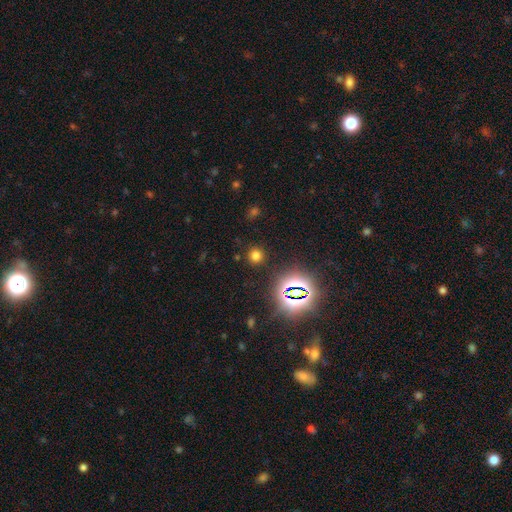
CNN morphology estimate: This is likely a smooth galaxy (67%). How rounded: clearly round (91%). Merging: clearly none (88%).